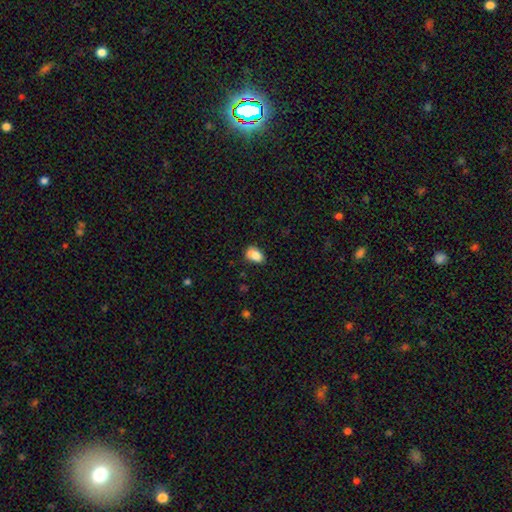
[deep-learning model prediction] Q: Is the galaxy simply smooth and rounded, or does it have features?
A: smooth — 85%.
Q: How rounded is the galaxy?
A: in between — 87%.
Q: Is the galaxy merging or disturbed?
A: none — 68%.